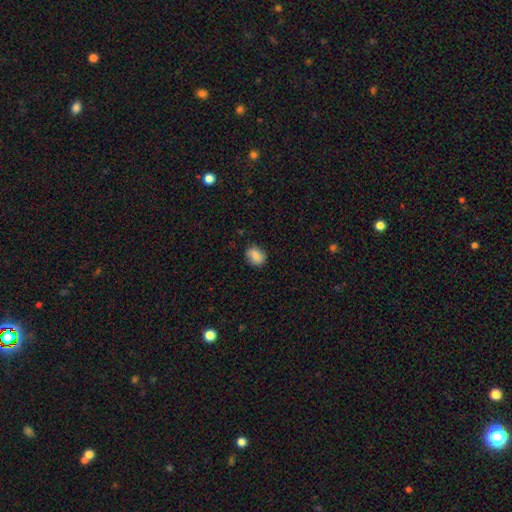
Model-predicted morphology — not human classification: The model was most divided on "how rounded": round: 51%, in between: 48%, cigar-shaped: 1%. More confident: smooth or featured — smooth (82%); merging — none (79%).